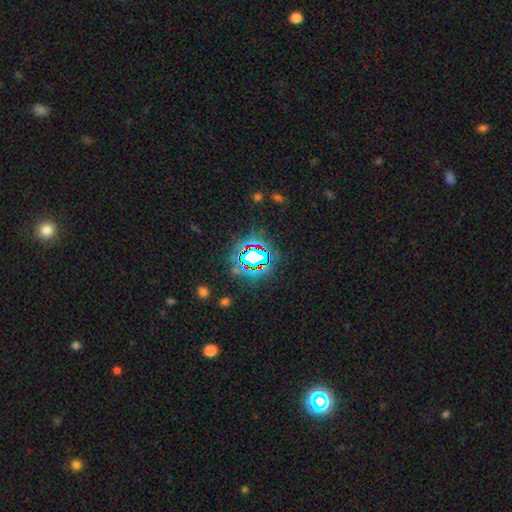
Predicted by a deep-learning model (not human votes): This appears to be a star or artifact, not a galaxy (70%).